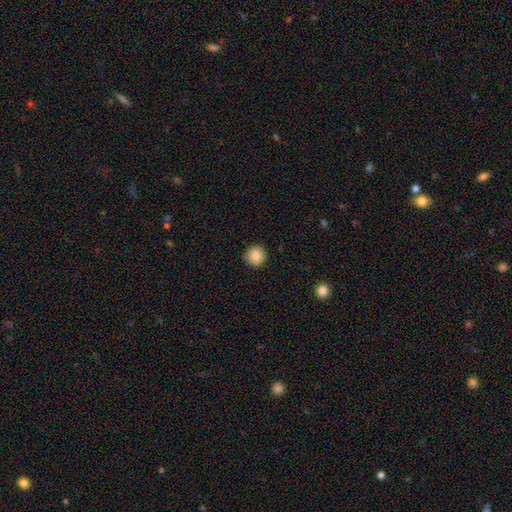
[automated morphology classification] A smooth galaxy with no disk features (87%) that is round (90%). Merging: none (86%).